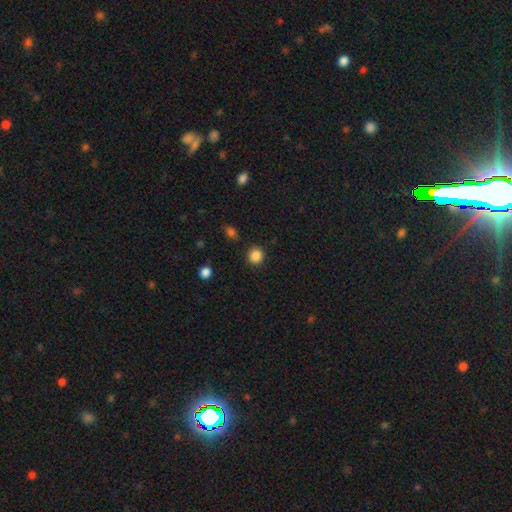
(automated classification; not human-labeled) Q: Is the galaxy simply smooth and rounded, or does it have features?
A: smooth — 86%.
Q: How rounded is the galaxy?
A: round — 90%.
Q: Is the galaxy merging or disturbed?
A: none — 89%.